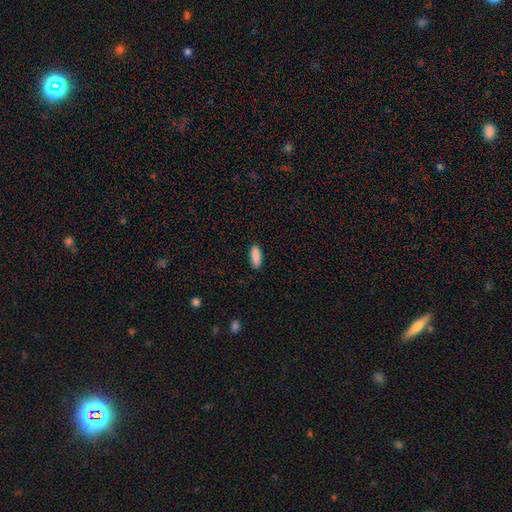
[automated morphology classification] smooth 89%, star or artifact 6%, featured or disk 4%. Down the decision tree: how rounded — in between (64%); merging — none (87%).